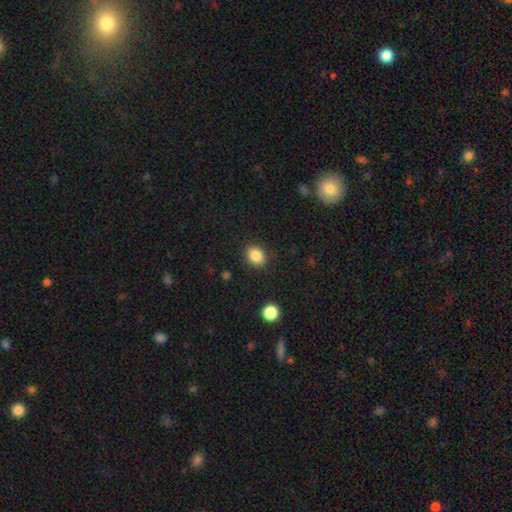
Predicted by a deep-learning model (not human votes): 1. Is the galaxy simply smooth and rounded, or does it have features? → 86% smooth, 10% star or artifact, 5% featured or disk.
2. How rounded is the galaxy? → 54% in between, 45% round, 1% cigar-shaped.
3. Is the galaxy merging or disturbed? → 87% none, 9% minor disturbance, 3% major disturbance, 1% merger.